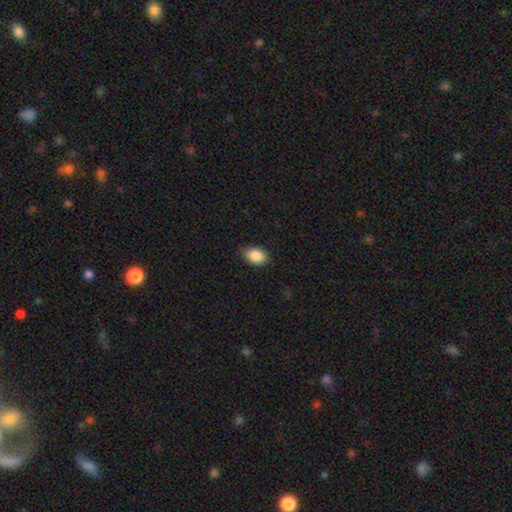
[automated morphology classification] Smooth or featured? smooth (88%)
How rounded? in between (81%)
Merging? none (78%)